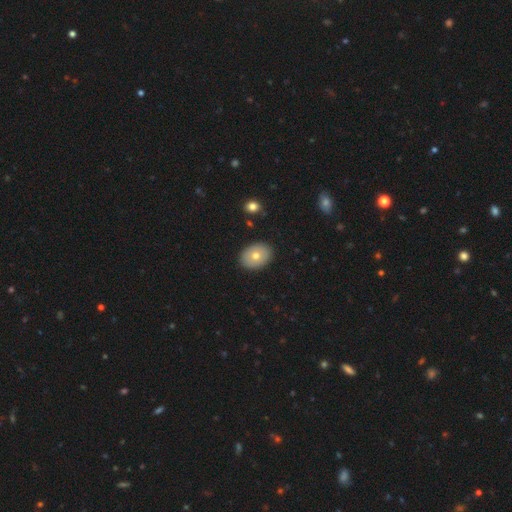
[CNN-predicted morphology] type=smooth (73%); roundness=in between (75%); merging=none (89%).